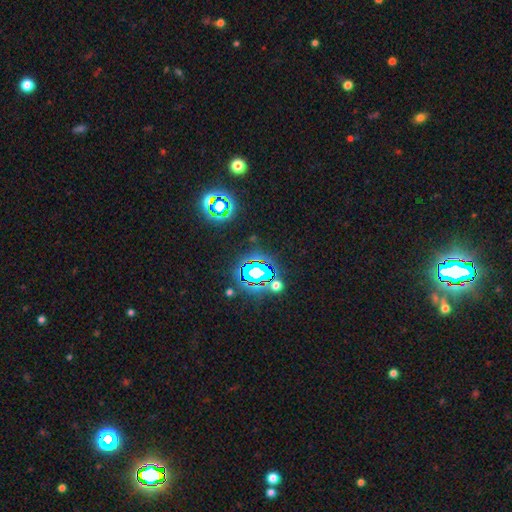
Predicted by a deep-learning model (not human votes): Smooth or featured? Predicted: star or artifact (p=0.81).